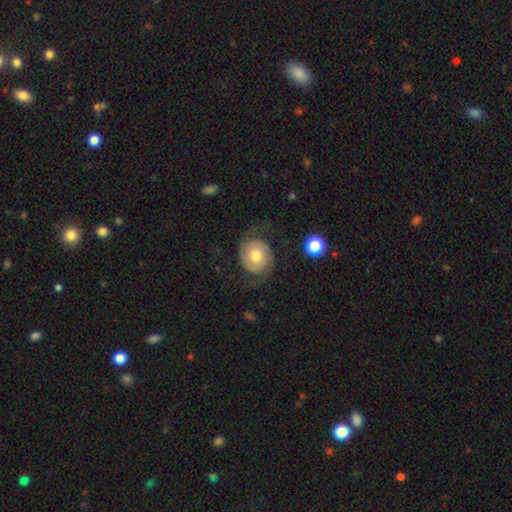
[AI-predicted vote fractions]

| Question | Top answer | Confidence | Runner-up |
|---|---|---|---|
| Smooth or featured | featured or disk | 66% | smooth (26%) |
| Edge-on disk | no | 98% | yes (2%) |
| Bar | no | 75% | weak (21%) |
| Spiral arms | yes | 92% | no (8%) |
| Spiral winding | medium | 38% | tied: loose (38%) |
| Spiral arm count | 2 | 89% | can't tell (4%) |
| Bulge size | moderate | 65% | small (15%) |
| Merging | none | 67% | major disturbance (16%) |